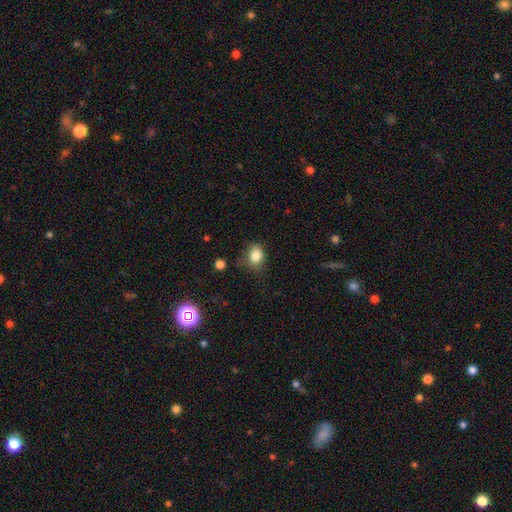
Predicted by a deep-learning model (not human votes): Morphology: type=smooth (83%); roundness=in between (60%); merging=none (63%).